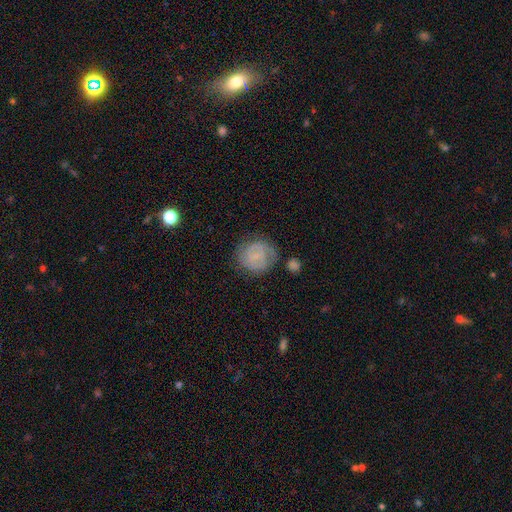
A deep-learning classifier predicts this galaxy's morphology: A featured or disk galaxy (53%) with no bar (50%), spiral arms (82%) and a small central bulge (59%). Merging: none (70%).